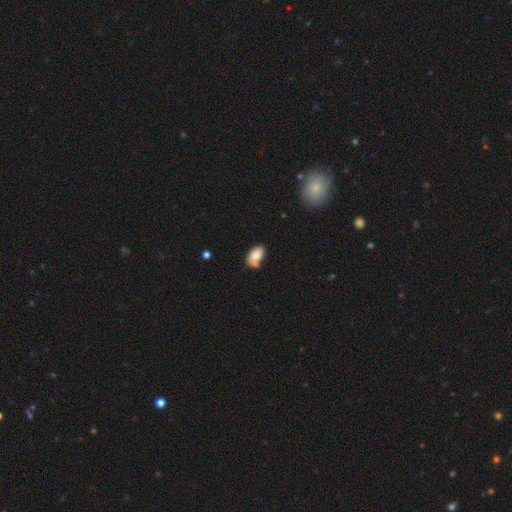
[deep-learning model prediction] Q: Smooth or featured?
A: smooth (81%); runner-up: featured or disk (11%)
Q: How rounded?
A: in between (92%); runner-up: round (6%)
Q: Merging?
A: none (47%); runner-up: minor disturbance (27%)